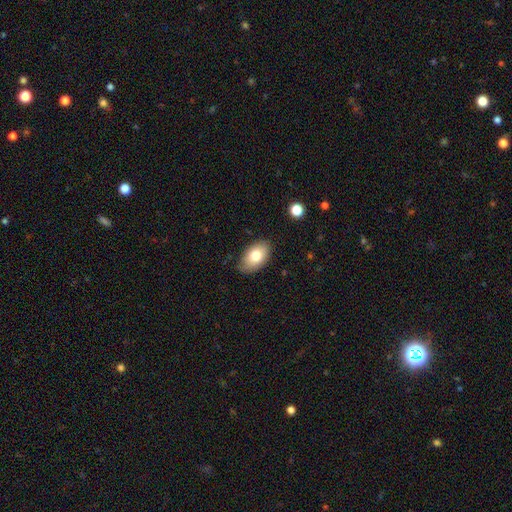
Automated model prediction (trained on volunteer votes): smooth-or-featured: smooth: 76% | featured or disk: 16% | star or artifact: 7%
  how-rounded: in between: 91% | round: 7% | cigar-shaped: 1%
  merging: none: 80% | minor disturbance: 16% | major disturbance: 3% | merger: 1%